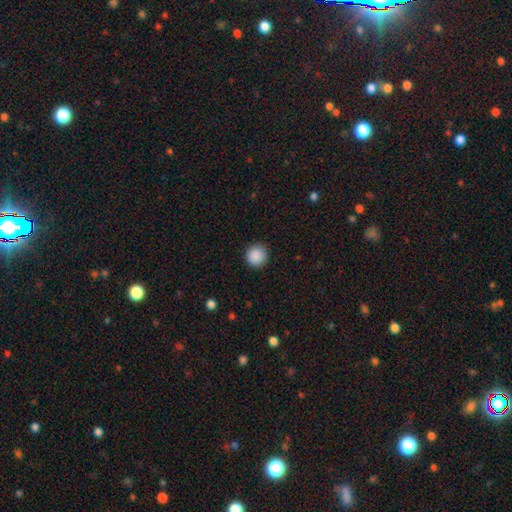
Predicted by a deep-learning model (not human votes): Smooth or featured: smooth — 89% (star or artifact — 9%)
How rounded: round — 94% (in between — 5%)
Merging: none — 91% (minor disturbance — 6%)